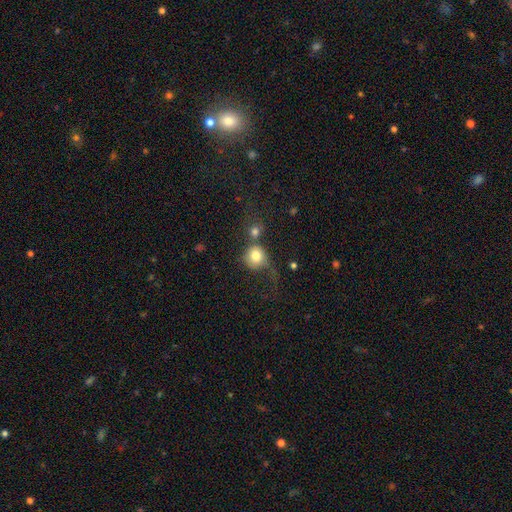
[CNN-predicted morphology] smooth 77%, featured or disk 13%, star or artifact 10%. Down the decision tree: how rounded — round (85%); merging — none (36%).